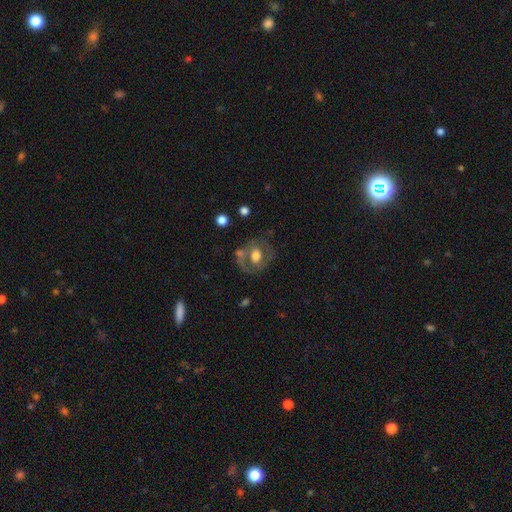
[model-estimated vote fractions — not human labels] A featured or disk galaxy (50%).

Vote fractions:
- Smooth or featured? featured or disk: 50% / smooth: 43% / star or artifact: 8%
- Merging? none: 56% / minor disturbance: 18% / merger: 14% / major disturbance: 11%